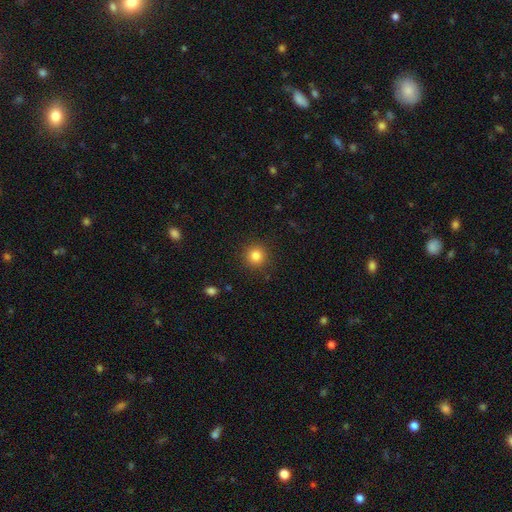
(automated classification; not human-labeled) Smooth or featured? smooth (83%)
How rounded? round (94%)
Merging? none (90%)